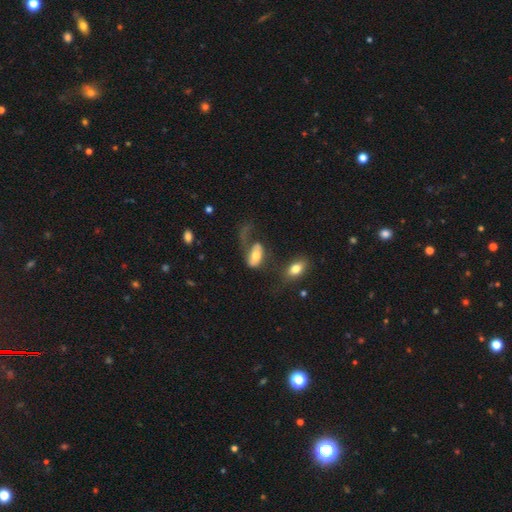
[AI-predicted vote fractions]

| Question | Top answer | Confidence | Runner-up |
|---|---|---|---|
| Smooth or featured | smooth | 52% | featured or disk (40%) |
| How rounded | in between | 88% | cigar-shaped (7%) |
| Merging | major disturbance | 51% | none (23%) |